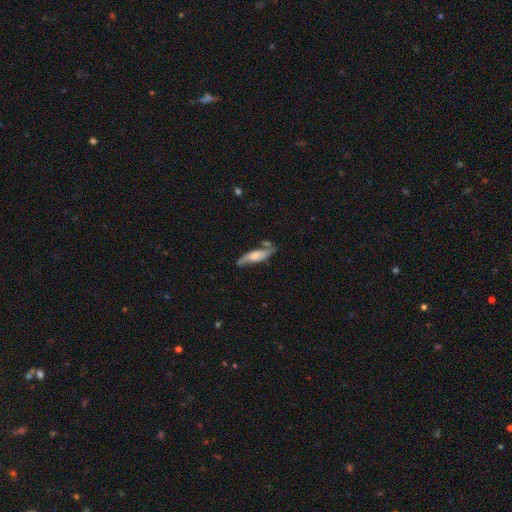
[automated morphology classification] Overall: featured or disk (51%; smooth 42%). Edge-on disk: no (60%; yes 40%). Merging: none (57%; minor disturbance 25%).